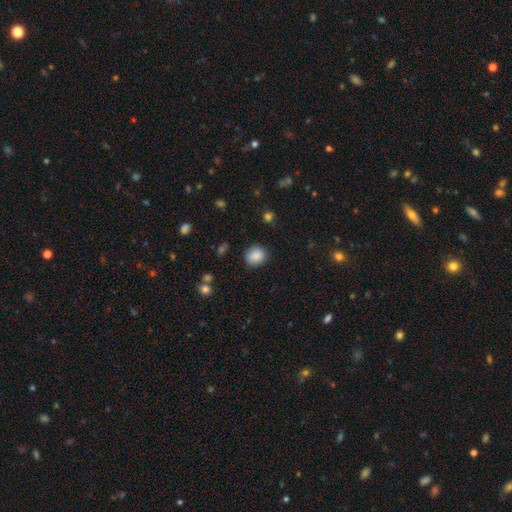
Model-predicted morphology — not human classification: smooth 87%, star or artifact 9%, featured or disk 4%. Down the decision tree: how rounded — round (76%); merging — none (86%).